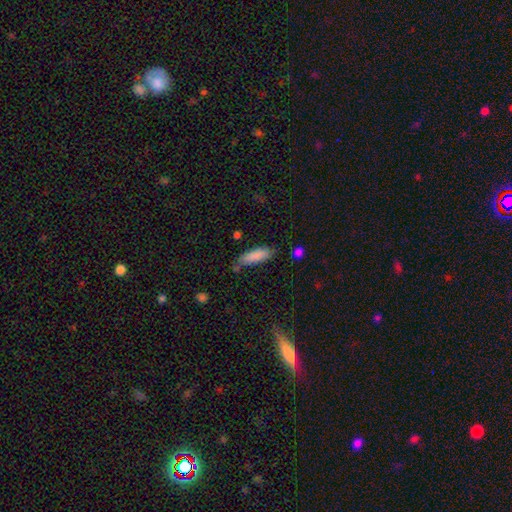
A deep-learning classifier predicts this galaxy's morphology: Overall: smooth (86%). How rounded: in between (52%; cigar-shaped 47%). Merging: none (69%).